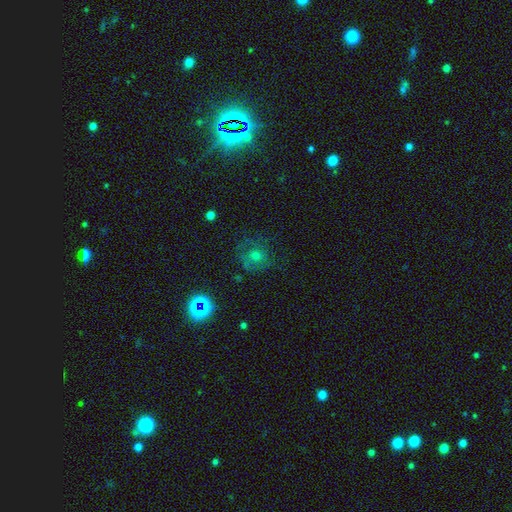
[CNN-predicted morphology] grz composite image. It shows a featured or disk galaxy (37%). Merging: none (67%).